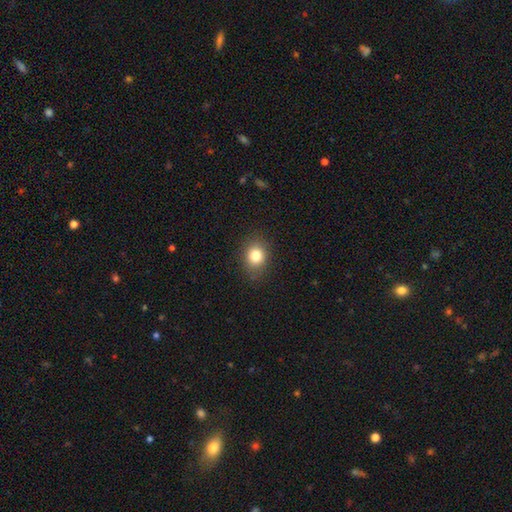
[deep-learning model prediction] smooth_or_featured: smooth (p=0.82) [alt: star or artifact p=0.11]
how_rounded: round (p=0.60) [alt: in between p=0.39]
merging: none (p=0.86) [alt: minor disturbance p=0.10]